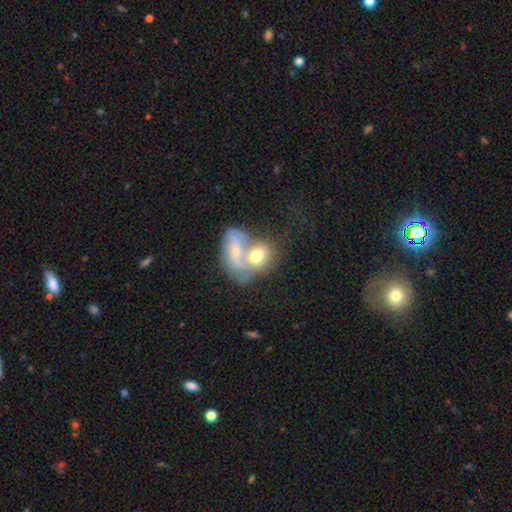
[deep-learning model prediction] Morphology: type=smooth (49%); merging=merger (66%).